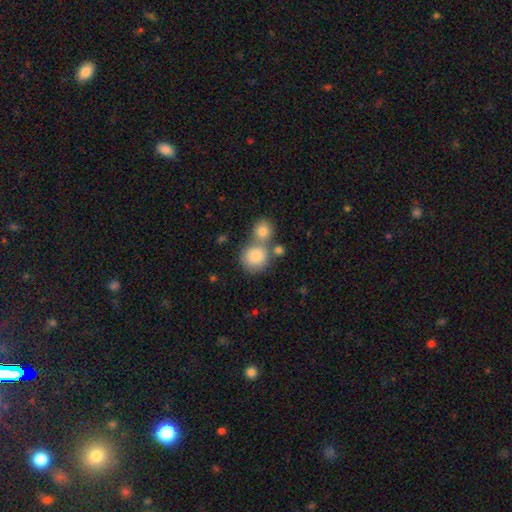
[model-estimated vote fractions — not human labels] Q: Smooth or featured?
A: smooth (83%); runner-up: star or artifact (9%)
Q: How rounded?
A: round (86%); runner-up: in between (13%)
Q: Merging?
A: none (48%); runner-up: merger (39%)